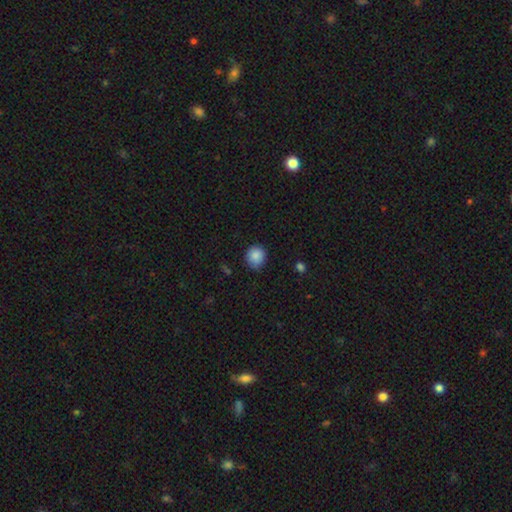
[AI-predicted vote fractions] A smooth galaxy with no disk features (87%) that is round (85%). Merging: none (80%).